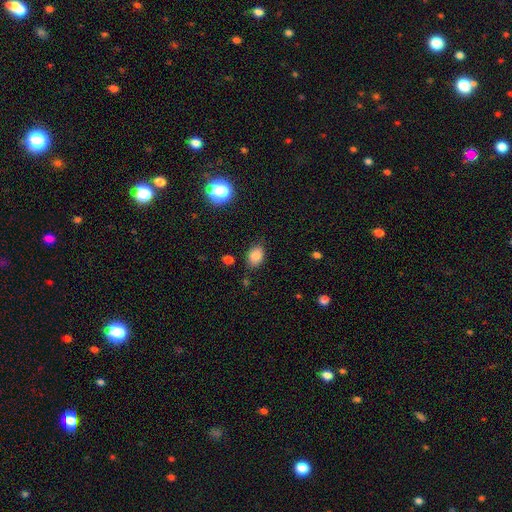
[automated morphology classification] smooth 84%, star or artifact 10%, featured or disk 5%. Down the decision tree: how rounded — in between (74%); merging — none (79%).